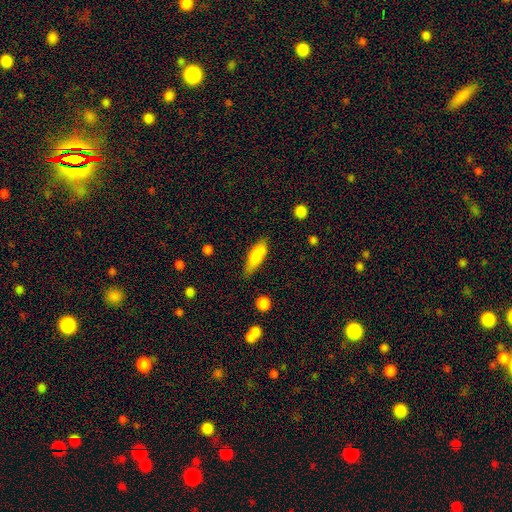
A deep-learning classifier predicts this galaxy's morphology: This appears to be a smooth galaxy with no disk features (77%) that is in between round and cigar-shaped (59%). Merging: none (65%).